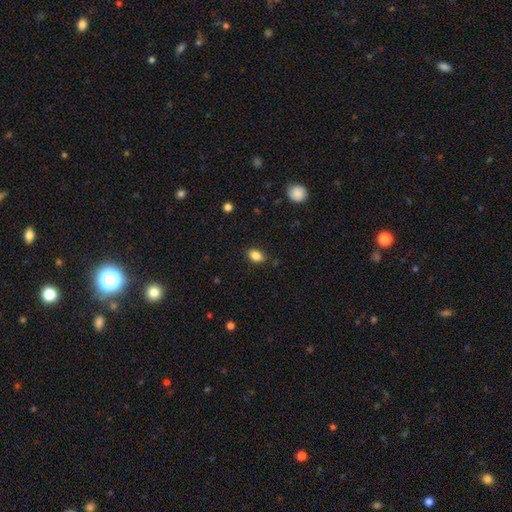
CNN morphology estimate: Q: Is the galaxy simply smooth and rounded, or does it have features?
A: smooth — 85%.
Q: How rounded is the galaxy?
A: in between — 78%.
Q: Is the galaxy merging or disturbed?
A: none — 83%.